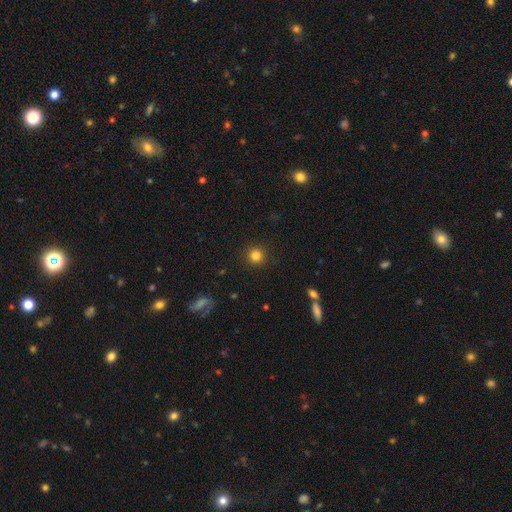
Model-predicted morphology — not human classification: smooth-or-featured: smooth: 83% | star or artifact: 12% | featured or disk: 5%
  how-rounded: round: 94% | in between: 5% | cigar-shaped: 1%
  merging: none: 92% | minor disturbance: 5% | major disturbance: 2% | merger: 1%